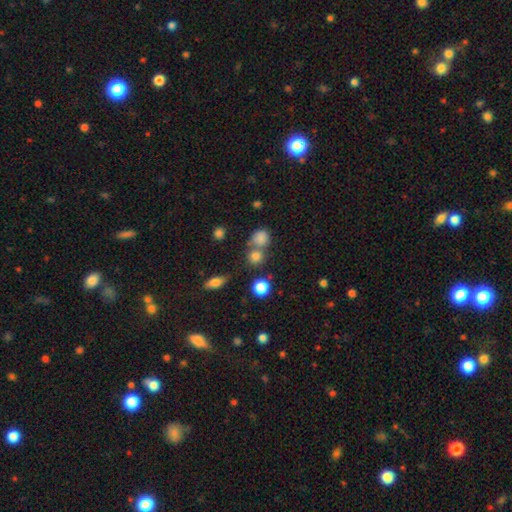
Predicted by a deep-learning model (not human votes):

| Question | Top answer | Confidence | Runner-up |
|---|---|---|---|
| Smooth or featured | smooth | 77% | star or artifact (15%) |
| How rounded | round | 83% | in between (16%) |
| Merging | none | 54% | merger (33%) |